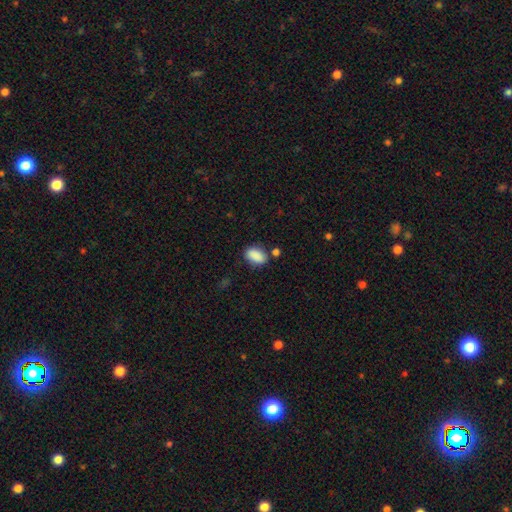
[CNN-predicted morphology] A smooth galaxy with no disk features (89%) that is in between round and cigar-shaped (90%). Merging: none (74%).